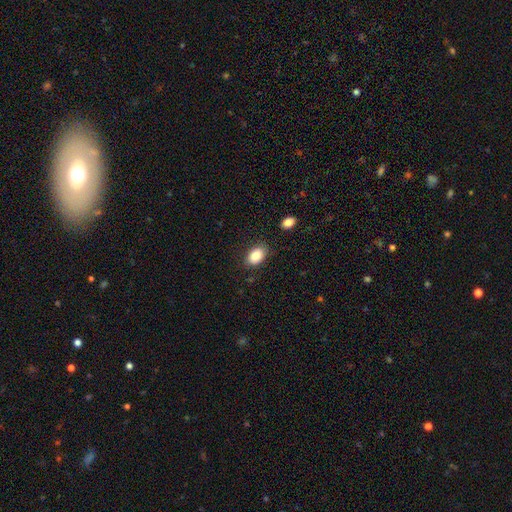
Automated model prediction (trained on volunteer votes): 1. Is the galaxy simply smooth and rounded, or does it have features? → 87% smooth, 8% star or artifact, 6% featured or disk.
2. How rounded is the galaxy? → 89% in between, 9% round, 1% cigar-shaped.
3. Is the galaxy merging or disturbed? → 82% none, 13% minor disturbance, 3% major disturbance, 2% merger.